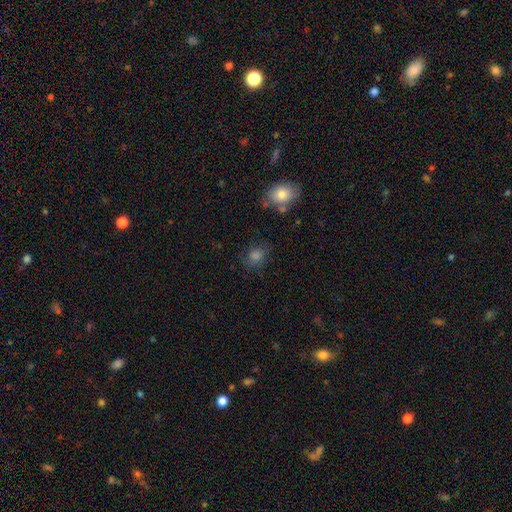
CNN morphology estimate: Q: Smooth or featured?
A: smooth (73%); runner-up: star or artifact (17%)
Q: How rounded?
A: round (63%); runner-up: in between (36%)
Q: Merging?
A: none (75%); runner-up: minor disturbance (16%)